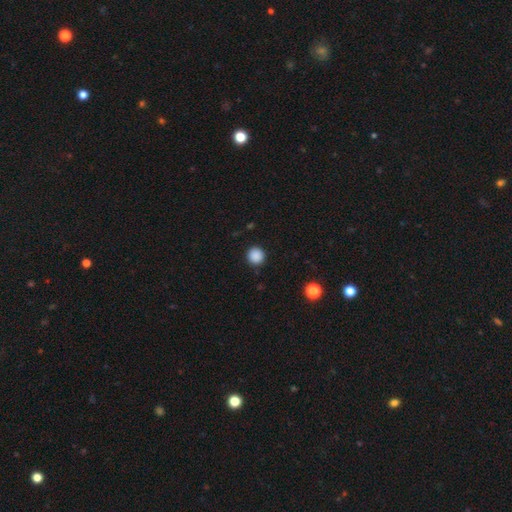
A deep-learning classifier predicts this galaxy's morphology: smooth_or_featured: smooth (p=0.88) [alt: star or artifact p=0.10]
how_rounded: round (p=0.93) [alt: in between p=0.06]
merging: none (p=0.91) [alt: minor disturbance p=0.06]